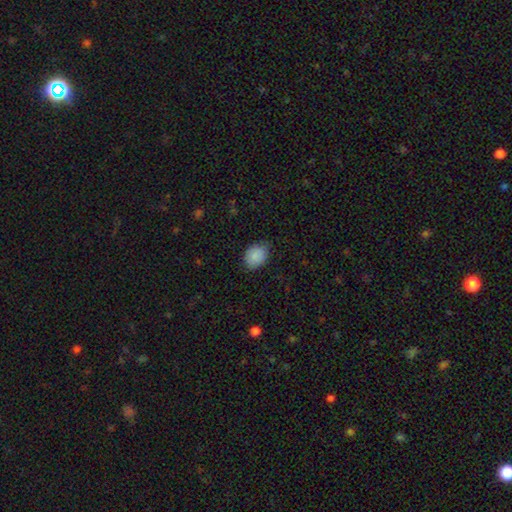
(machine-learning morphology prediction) This is clearly a smooth galaxy (88%). How rounded: likely in between (67%). Merging: likely none (77%).